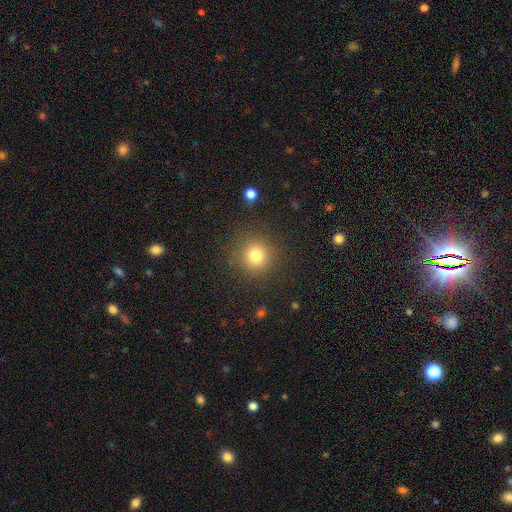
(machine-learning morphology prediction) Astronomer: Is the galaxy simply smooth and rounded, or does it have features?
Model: smooth — 78%.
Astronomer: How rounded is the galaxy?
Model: round — 93%.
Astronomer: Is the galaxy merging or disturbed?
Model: none — 87%.